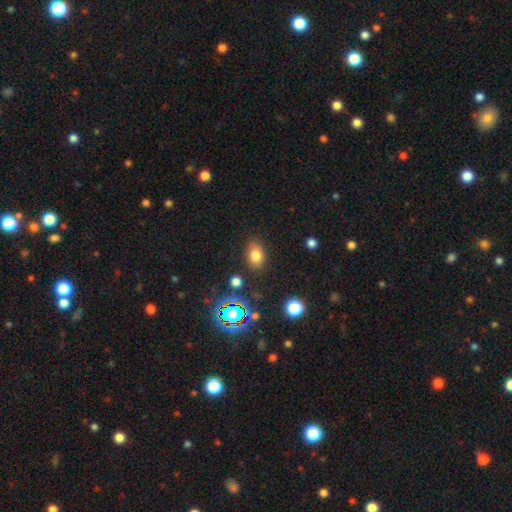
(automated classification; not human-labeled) A smooth galaxy with no disk features (77%) that is in between round and cigar-shaped (77%).

Vote fractions:
- Smooth or featured? smooth: 77% / star or artifact: 15% / featured or disk: 8%
- How rounded? in between: 77% / round: 21% / cigar-shaped: 1%
- Merging? none: 82% / minor disturbance: 12% / major disturbance: 3% / merger: 3%